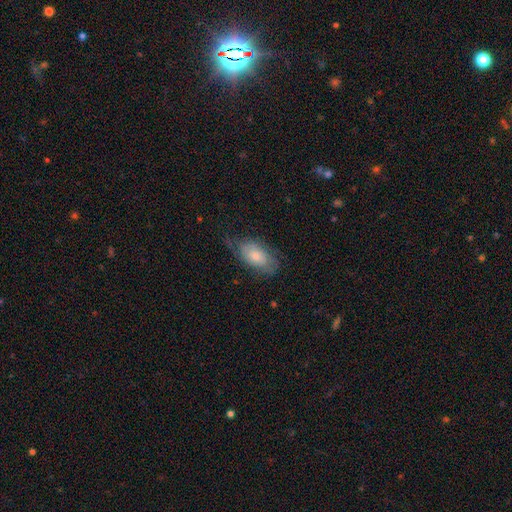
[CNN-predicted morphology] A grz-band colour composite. It shows a smooth galaxy with no disk features (59%) that is in between round and cigar-shaped (91%). Merging: none (52%).